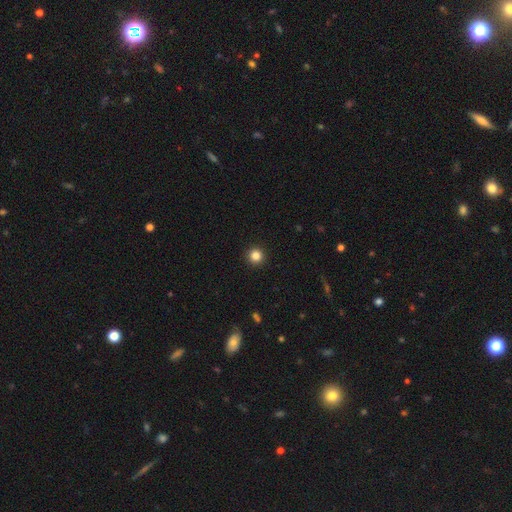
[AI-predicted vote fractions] Smooth or featured? Predicted: smooth (p=0.84). How rounded? Predicted: round (p=0.96). Merging? Predicted: none (p=0.94).